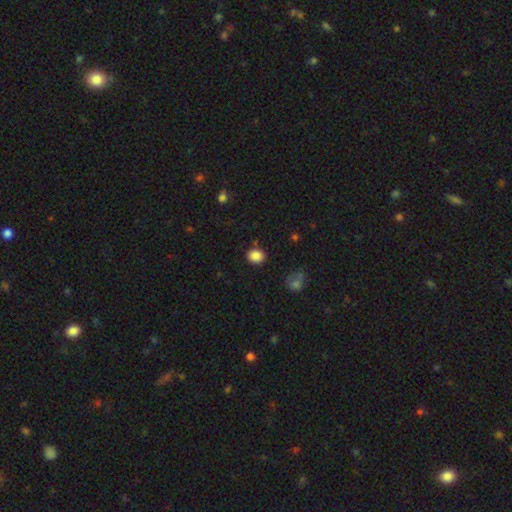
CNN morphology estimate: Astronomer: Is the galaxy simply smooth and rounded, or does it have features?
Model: smooth — 87%.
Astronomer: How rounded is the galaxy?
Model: round — 61% (runner-up: in between, 38%).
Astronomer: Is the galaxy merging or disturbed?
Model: none — 85%.